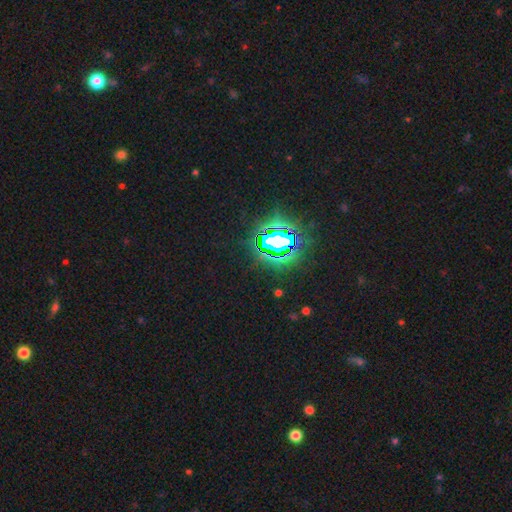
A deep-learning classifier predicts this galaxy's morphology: Smooth or featured?
  - star or artifact: 83% *
  - smooth: 11%
  - featured or disk: 6%